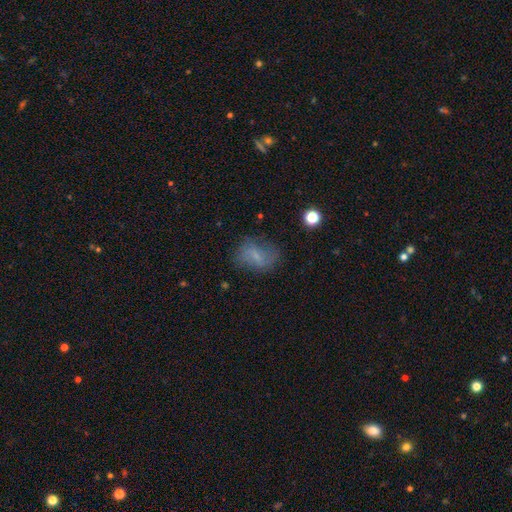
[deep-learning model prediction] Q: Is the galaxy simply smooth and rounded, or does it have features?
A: smooth — 50%.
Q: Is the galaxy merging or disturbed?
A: none — 61%.